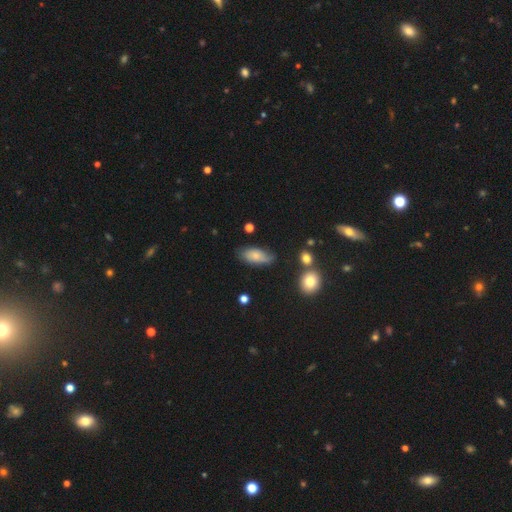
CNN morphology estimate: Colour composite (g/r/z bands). It shows a smooth galaxy with no disk features (65%) that is in between round and cigar-shaped (87%). Merging: none (61%).